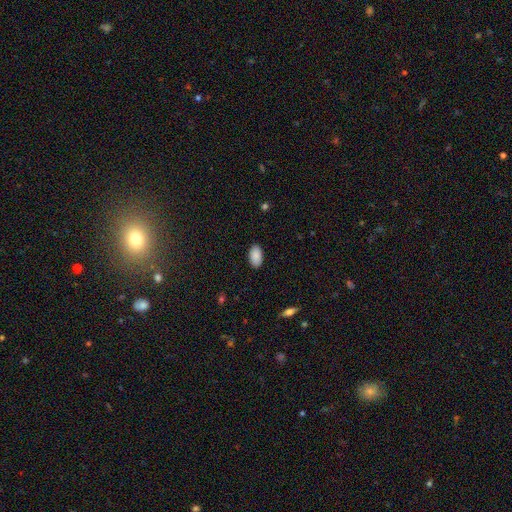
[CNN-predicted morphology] smooth 90%, star or artifact 7%, featured or disk 4%. Down the decision tree: how rounded — in between (95%); merging — none (89%).